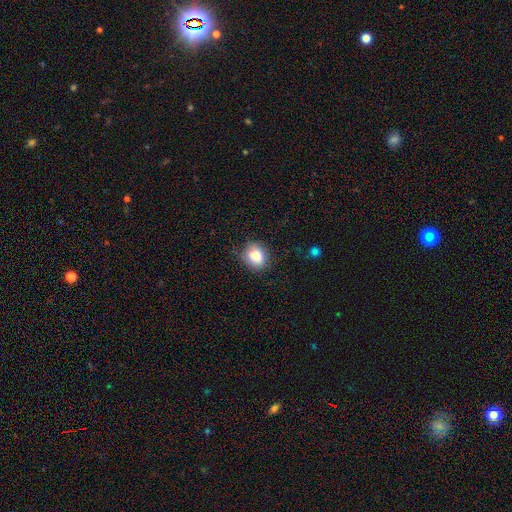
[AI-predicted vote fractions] Smooth or featured: smooth — 84% (star or artifact — 9%)
How rounded: round — 53% (in between — 46%)
Merging: none — 79% (minor disturbance — 16%)